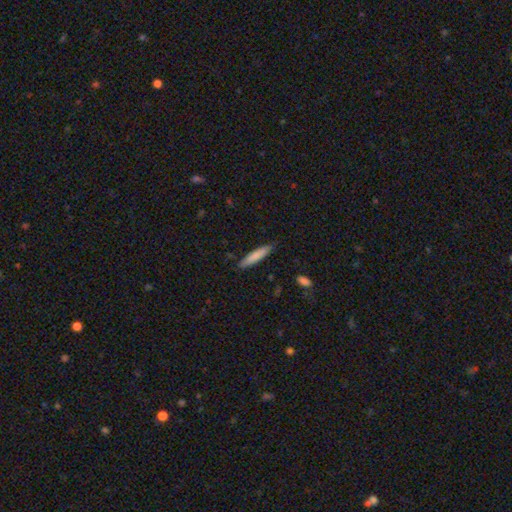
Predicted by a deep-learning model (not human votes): This is clearly a smooth galaxy (80%). How rounded: clearly cigar-shaped (89%). Merging: clearly none (86%).